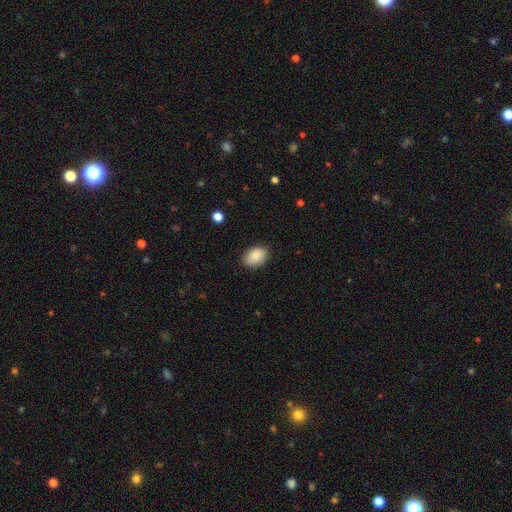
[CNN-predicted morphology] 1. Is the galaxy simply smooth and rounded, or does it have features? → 88% smooth, 7% star or artifact, 5% featured or disk.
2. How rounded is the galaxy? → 82% in between, 17% round, 1% cigar-shaped.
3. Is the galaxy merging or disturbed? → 86% none, 11% minor disturbance, 2% major disturbance, 1% merger.